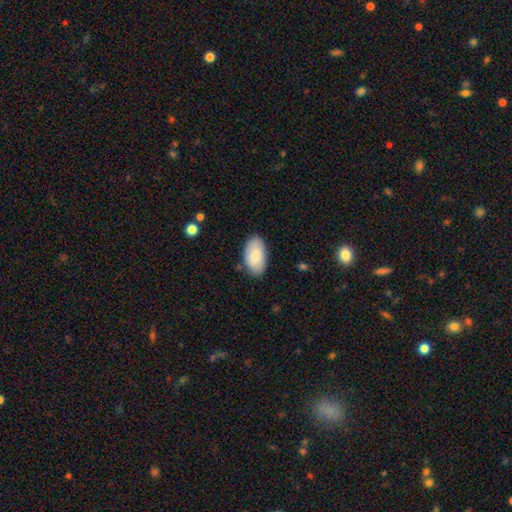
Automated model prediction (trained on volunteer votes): This appears to be a smooth galaxy with no disk features (82%) that is in between round and cigar-shaped (95%). Merging: none (83%).